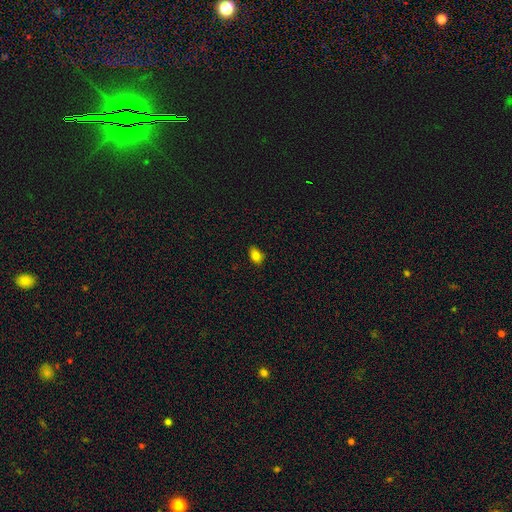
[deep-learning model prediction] Smooth or featured: smooth — 82% (star or artifact — 11%)
How rounded: in between — 80% (round — 18%)
Merging: none — 84% (minor disturbance — 13%)